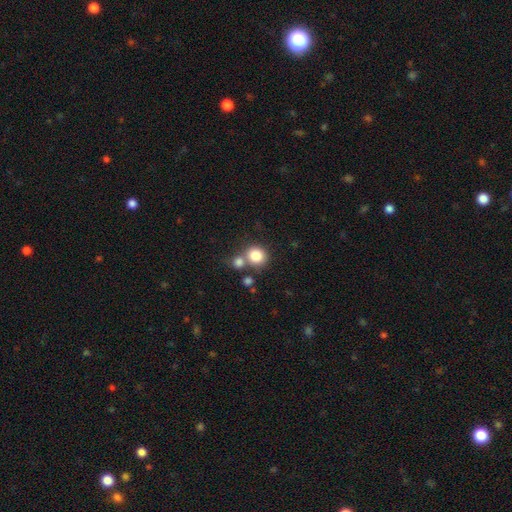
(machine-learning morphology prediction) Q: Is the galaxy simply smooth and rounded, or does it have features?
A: smooth — 82%.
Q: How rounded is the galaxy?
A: round — 85%.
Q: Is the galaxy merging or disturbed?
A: none — 58%.